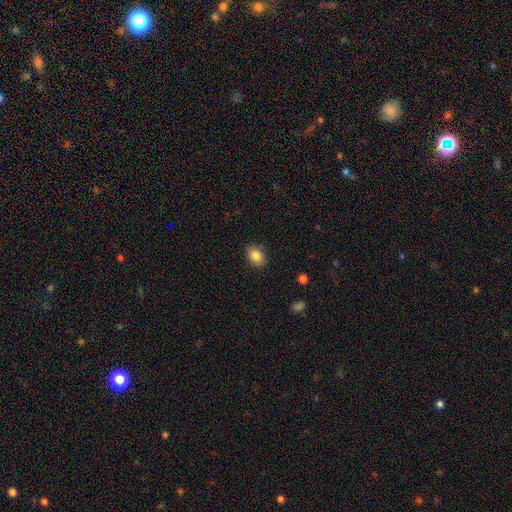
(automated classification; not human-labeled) This is clearly a smooth galaxy (84%). How rounded: likely in between (69%). Merging: clearly none (87%).